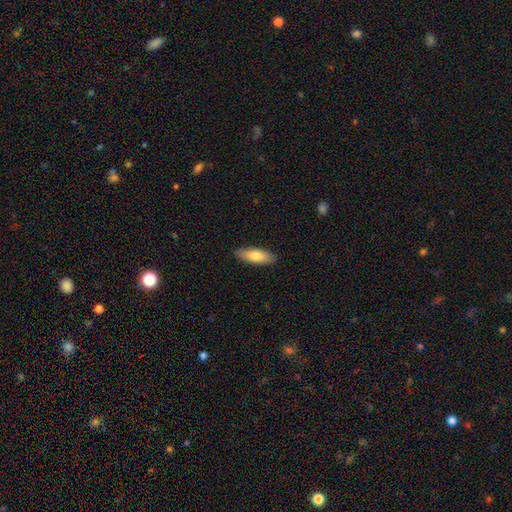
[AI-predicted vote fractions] This appears to be a smooth galaxy with no disk features (76%) that is in between round and cigar-shaped (65%). Merging: none (90%).